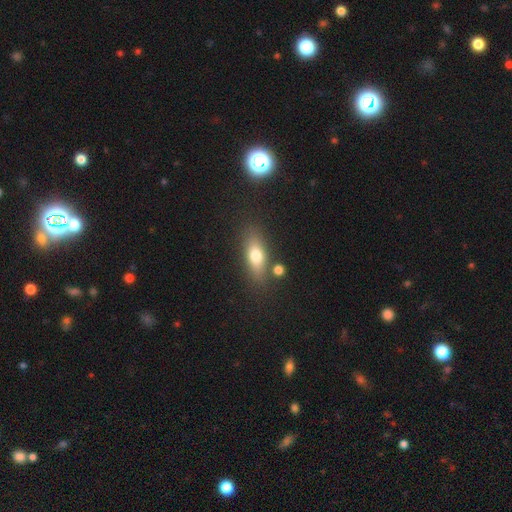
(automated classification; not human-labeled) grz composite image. It shows a smooth galaxy with no disk features (70%) that is in between round and cigar-shaped (66%). Merging: none (75%).